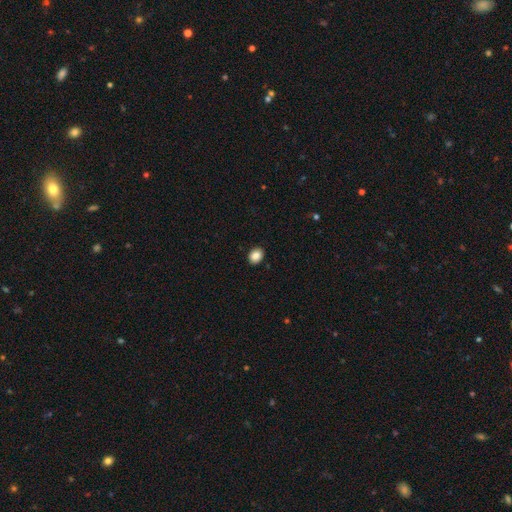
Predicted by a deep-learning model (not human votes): Morphology: type=smooth (88%); roundness=in between (58%); merging=none (91%).